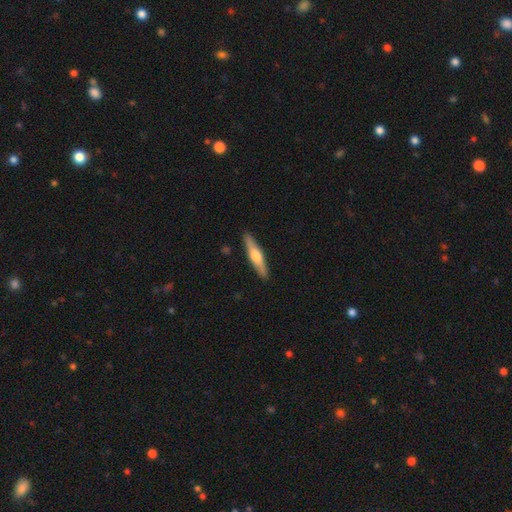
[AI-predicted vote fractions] Q: Smooth or featured?
A: featured or disk (50%); runner-up: smooth (45%)
Q: Merging?
A: none (91%); runner-up: minor disturbance (7%)